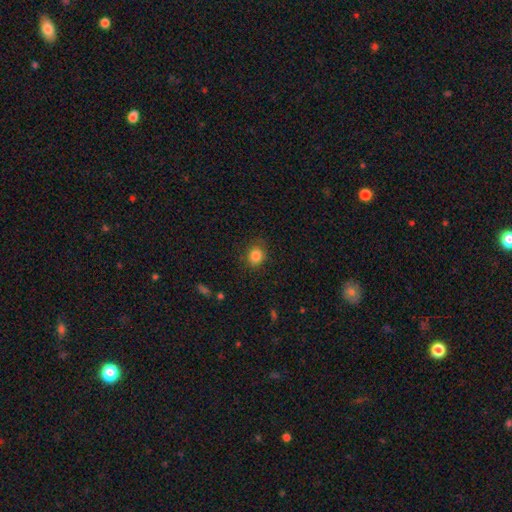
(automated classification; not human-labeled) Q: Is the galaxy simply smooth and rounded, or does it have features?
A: smooth — 85%.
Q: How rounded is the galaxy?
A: round — 63%.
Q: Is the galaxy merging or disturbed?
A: none — 83%.